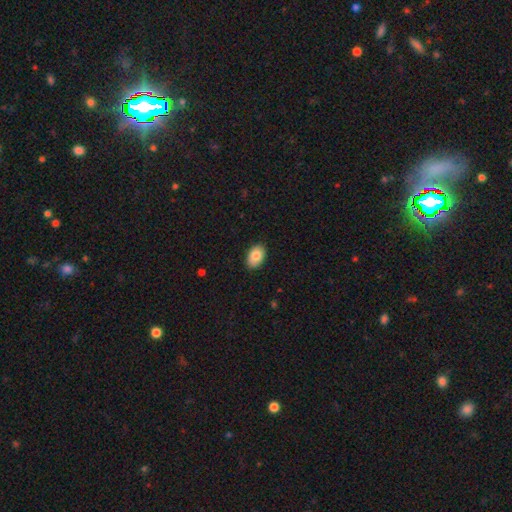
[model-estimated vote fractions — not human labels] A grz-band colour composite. It shows a smooth galaxy with no disk features (85%) that is in between round and cigar-shaped (89%). Merging: none (89%).